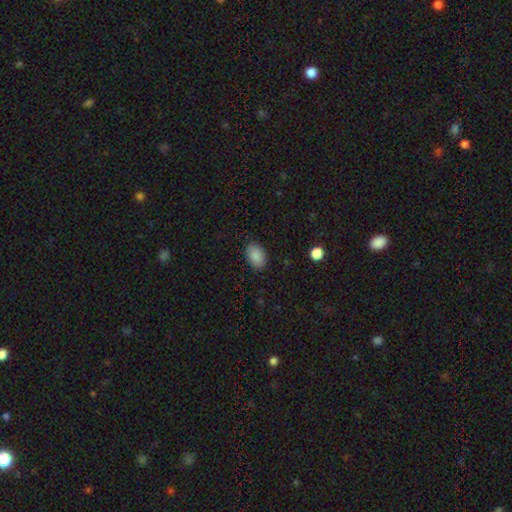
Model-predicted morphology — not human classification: A smooth galaxy with no disk features (88%) that is in between round and cigar-shaped (85%). Merging: none (86%).